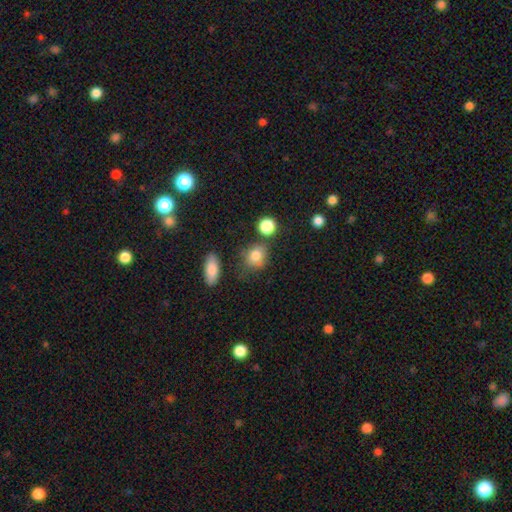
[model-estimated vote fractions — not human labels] Smooth or featured? Predicted: smooth (p=0.82). How rounded? Predicted: round (p=0.62). Merging? Predicted: none (p=0.68).